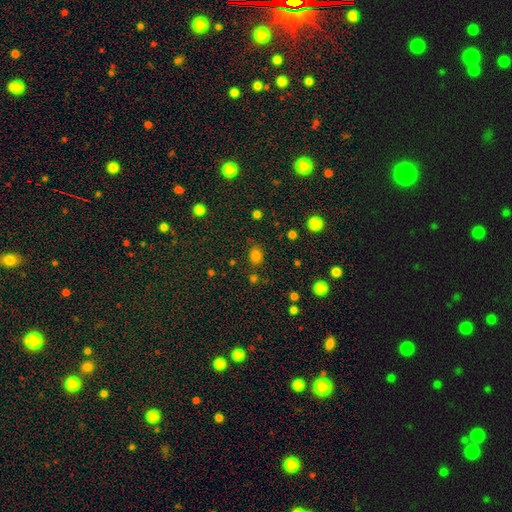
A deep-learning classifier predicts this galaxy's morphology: type=smooth (78%); roundness=round (52%); merging=none (78%).